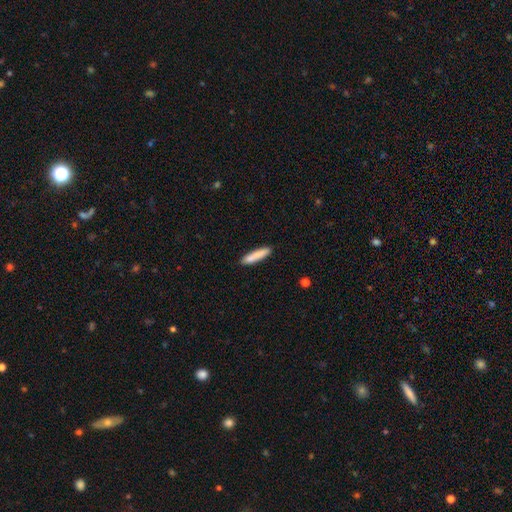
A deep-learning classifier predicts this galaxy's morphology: Smooth or featured? smooth (84%)
How rounded? cigar-shaped (87%)
Merging? none (87%)